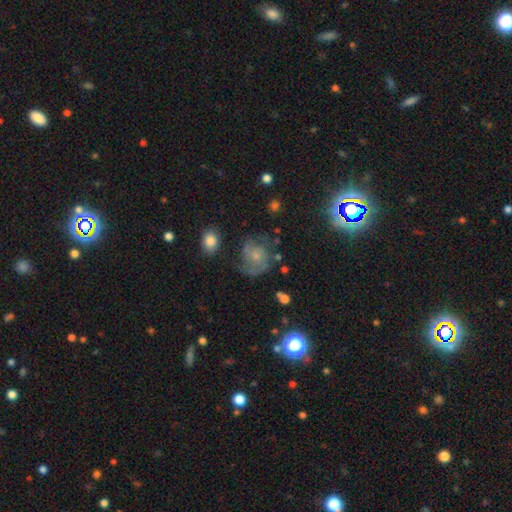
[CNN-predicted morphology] smooth_or_featured: featured or disk (p=0.54) [alt: smooth p=0.31]
disk_edge_on: no (p=0.97) [alt: yes p=0.03]
bar: no (p=0.79) [alt: weak p=0.18]
has_spiral_arms: yes (p=0.77) [alt: no p=0.23]
bulge_size: small (p=0.57) [alt: moderate p=0.30]
merging: none (p=0.52) [alt: minor disturbance p=0.25]